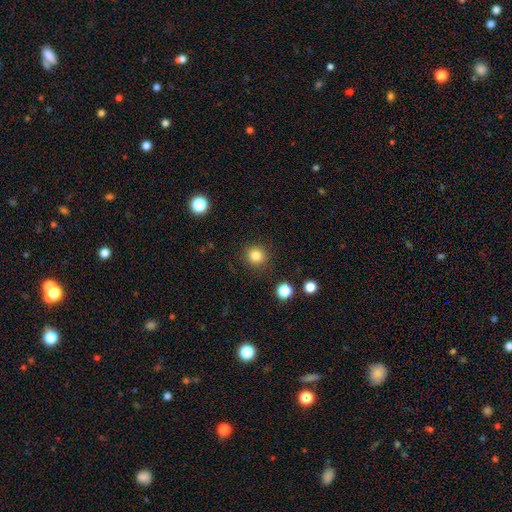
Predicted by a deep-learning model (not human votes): Q: Smooth or featured?
A: smooth (83%); runner-up: star or artifact (12%)
Q: How rounded?
A: round (89%); runner-up: in between (10%)
Q: Merging?
A: none (88%); runner-up: minor disturbance (7%)